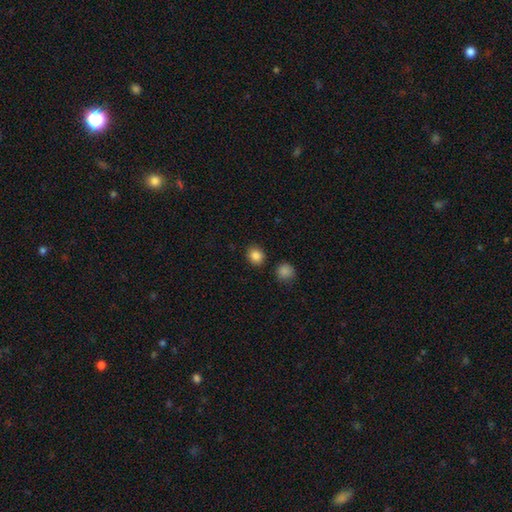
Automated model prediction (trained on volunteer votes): Smooth or featured: smooth — 86% (star or artifact — 10%)
How rounded: round — 78% (in between — 21%)
Merging: none — 88% (minor disturbance — 7%)